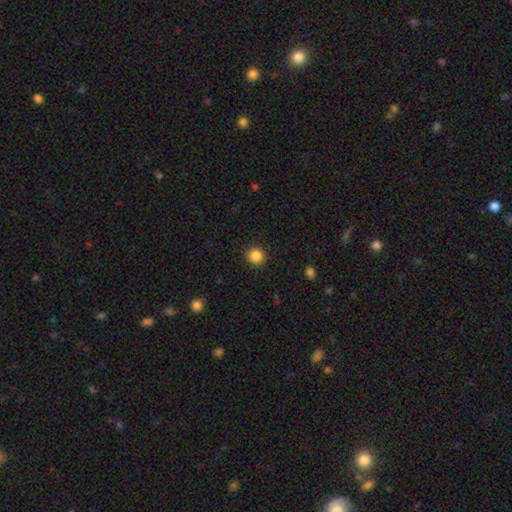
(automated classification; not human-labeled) smooth_or_featured: smooth (p=0.86) [alt: star or artifact p=0.11]
how_rounded: round (p=0.94) [alt: in between p=0.05]
merging: none (p=0.92) [alt: minor disturbance p=0.05]